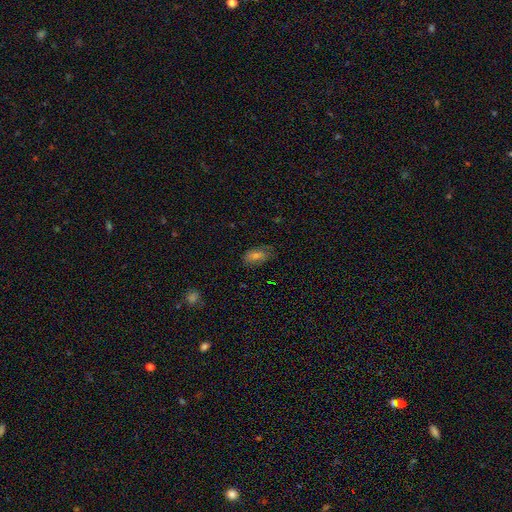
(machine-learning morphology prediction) Smooth or featured? smooth (56%)
How rounded? in between (84%)
Merging? none (75%)